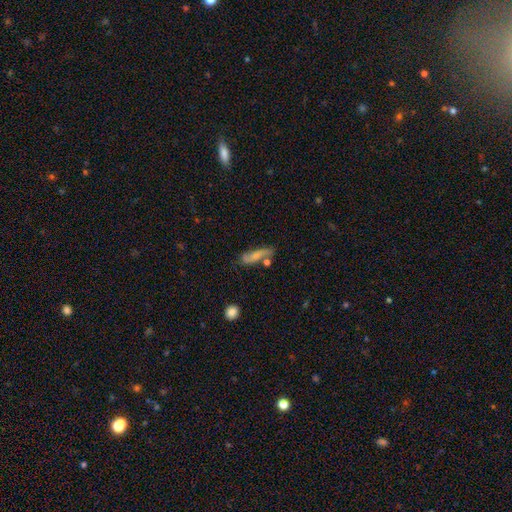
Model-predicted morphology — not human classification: A smooth galaxy with no disk features (55%) that is cigar-shaped (60%). Merging: none (57%).